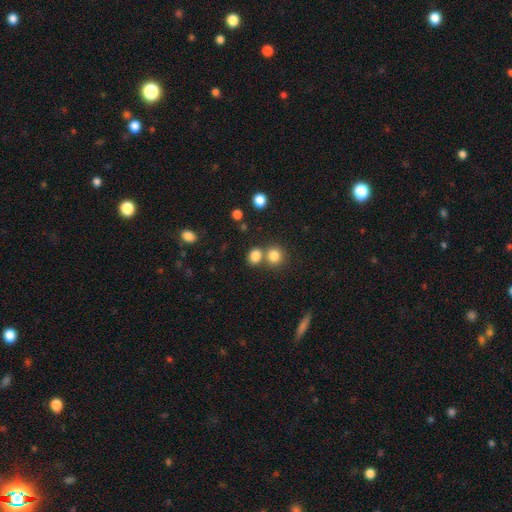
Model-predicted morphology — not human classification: Overall: smooth (82%). How rounded: round (65%; in between 34%). Merging: none (57%; merger 31%).